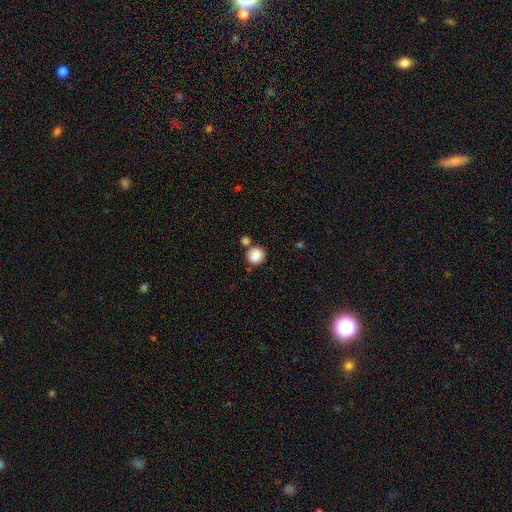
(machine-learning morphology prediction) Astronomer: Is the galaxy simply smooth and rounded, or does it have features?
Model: smooth — 86%.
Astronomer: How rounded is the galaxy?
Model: round — 90%.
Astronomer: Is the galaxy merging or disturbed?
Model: none — 72%.